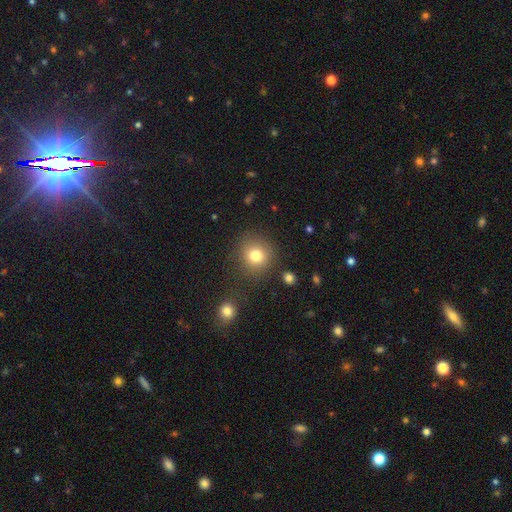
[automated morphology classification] The model was most divided on "smooth or featured": smooth: 79%, star or artifact: 13%, featured or disk: 8%. More confident: how rounded — round (89%); merging — none (82%).